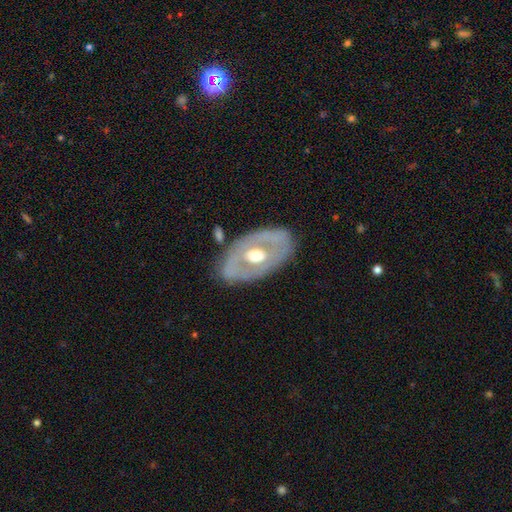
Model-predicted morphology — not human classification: Q: Smooth or featured?
A: featured or disk (68%); runner-up: smooth (27%)
Q: Edge-on disk?
A: no (90%); runner-up: yes (10%)
Q: Bar?
A: no (73%); runner-up: weak (20%)
Q: Spiral arms?
A: no (76%); runner-up: yes (24%)
Q: Bulge size?
A: moderate (73%); runner-up: large (16%)
Q: Merging?
A: none (77%); runner-up: minor disturbance (16%)